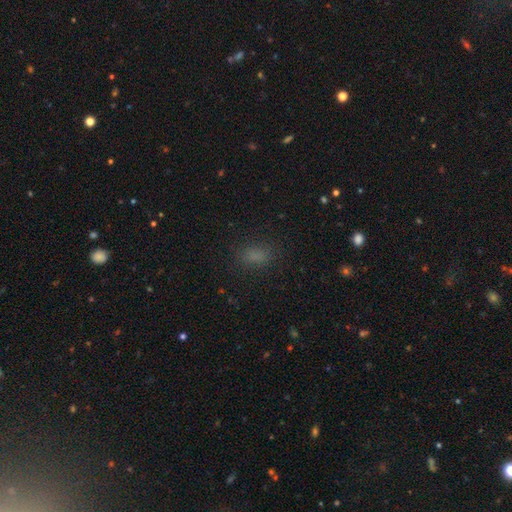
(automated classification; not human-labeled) Overall: smooth (77%). How rounded: in between (80%). Merging: none (82%).